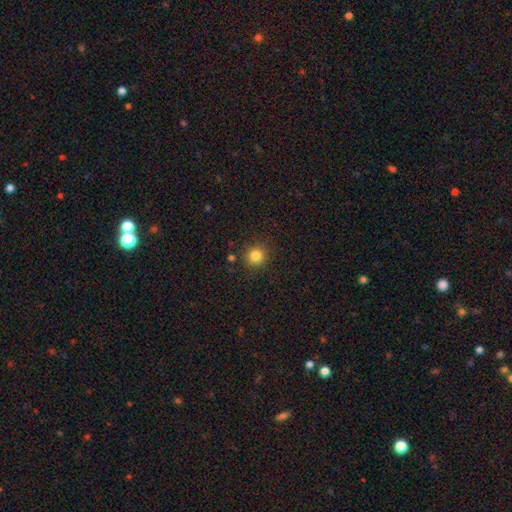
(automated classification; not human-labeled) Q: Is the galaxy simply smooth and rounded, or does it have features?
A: smooth — 83%.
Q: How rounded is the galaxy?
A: round — 92%.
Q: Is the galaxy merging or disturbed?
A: none — 89%.